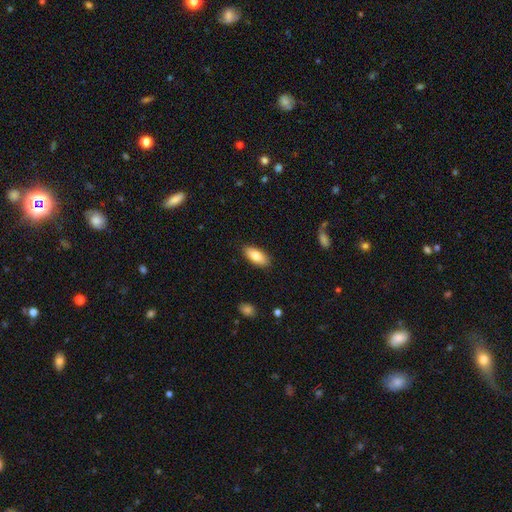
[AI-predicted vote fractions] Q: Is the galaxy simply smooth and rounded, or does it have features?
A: smooth — 82%.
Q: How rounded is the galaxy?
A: in between — 86%.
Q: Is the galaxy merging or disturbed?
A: none — 88%.